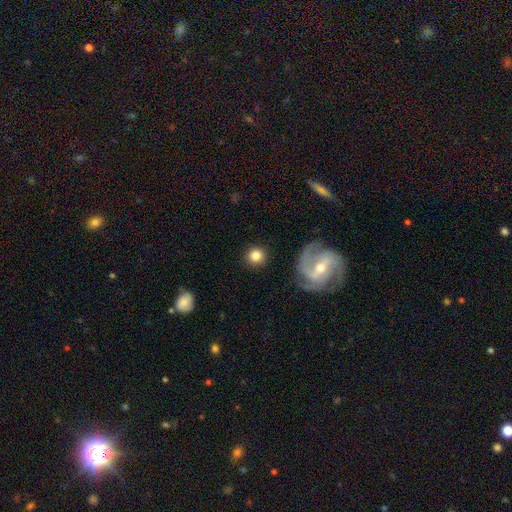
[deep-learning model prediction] smooth-or-featured: smooth: 78% | featured or disk: 14% | star or artifact: 8%
  how-rounded: round: 92% | in between: 7% | cigar-shaped: 1%
  merging: none: 87% | minor disturbance: 7% | major disturbance: 3% | merger: 2%